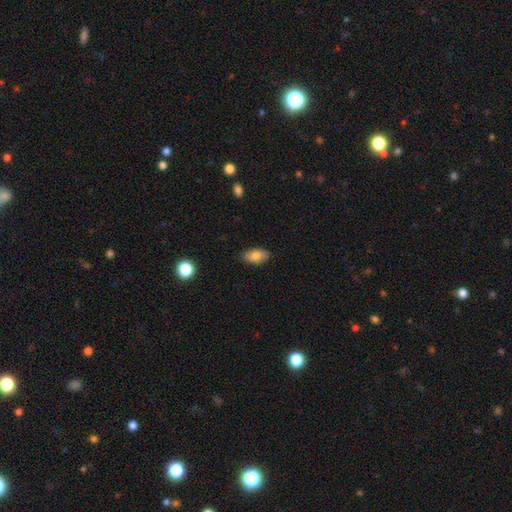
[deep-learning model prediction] Smooth or featured: smooth — 83% (featured or disk — 10%)
How rounded: in between — 92% (round — 5%)
Merging: none — 84% (minor disturbance — 12%)